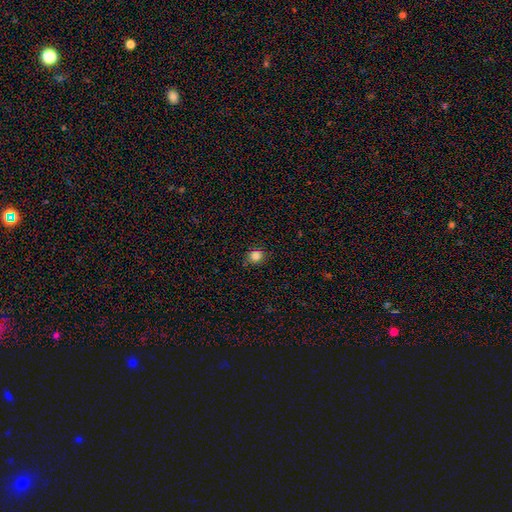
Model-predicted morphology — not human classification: Smooth or featured: smooth — 83% (star or artifact — 13%)
How rounded: round — 84% (in between — 15%)
Merging: none — 86% (minor disturbance — 10%)